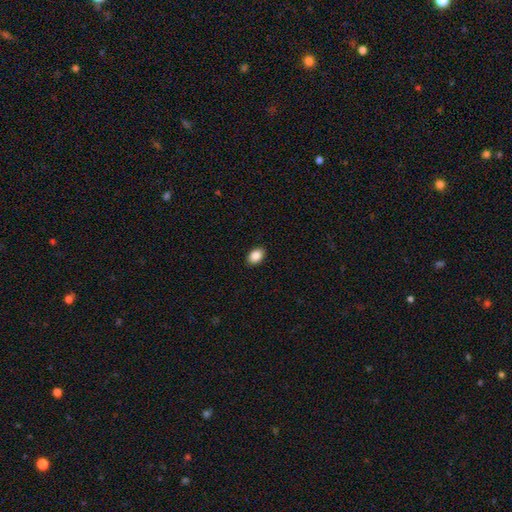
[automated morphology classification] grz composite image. It shows a smooth galaxy with no disk features (88%) that is in between round and cigar-shaped (80%). Merging: none (91%).